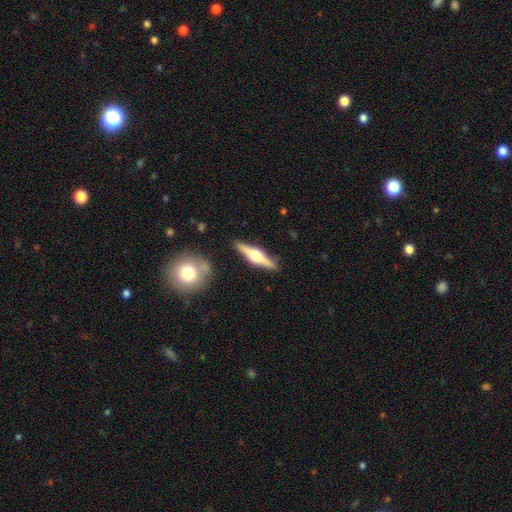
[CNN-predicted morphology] This is likely a featured or disk galaxy (76%). It is clearly viewed edge-on (97%). Edge-on bulge: clearly rounded (94%). Merging: clearly none (88%).